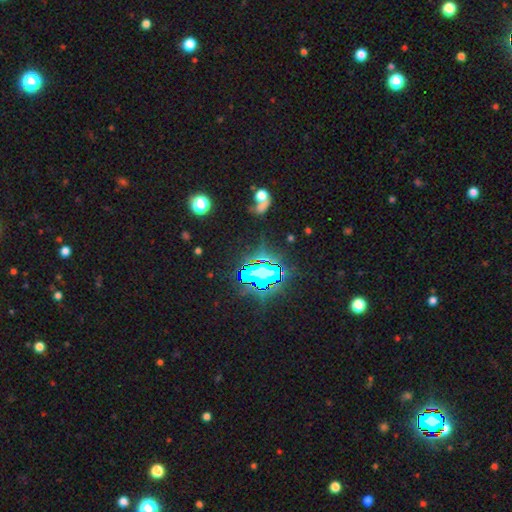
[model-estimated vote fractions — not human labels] This appears to be a star or artifact, not a galaxy (84%).